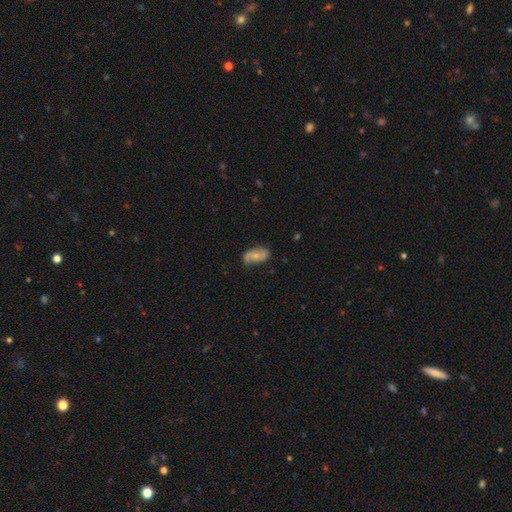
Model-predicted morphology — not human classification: This appears to be a featured or disk galaxy (47%). Merging: none (63%).